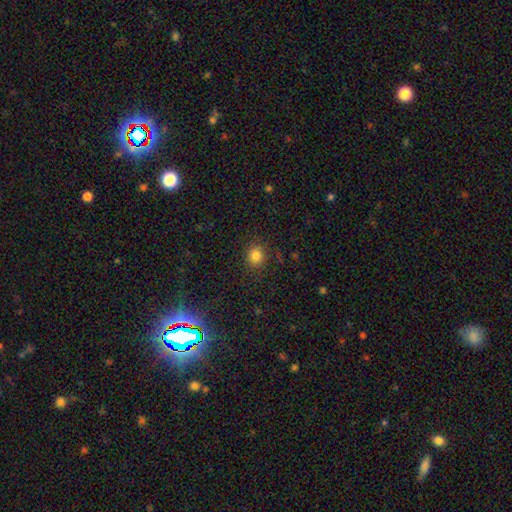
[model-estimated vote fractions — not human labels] Morphology: type=smooth (82%); roundness=round (81%); merging=none (87%).